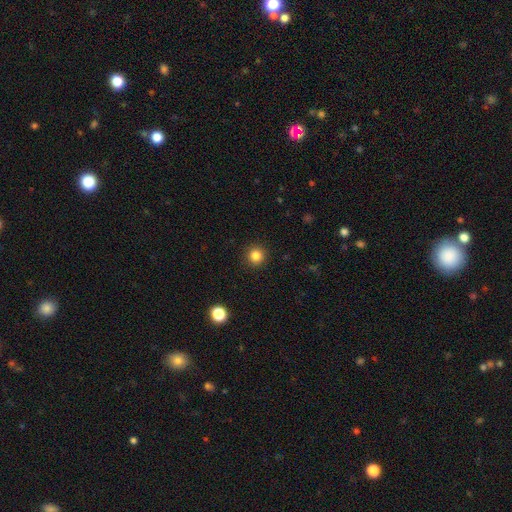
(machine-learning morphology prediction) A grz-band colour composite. It shows a smooth galaxy with no disk features (84%) that is round (95%). Merging: none (92%).